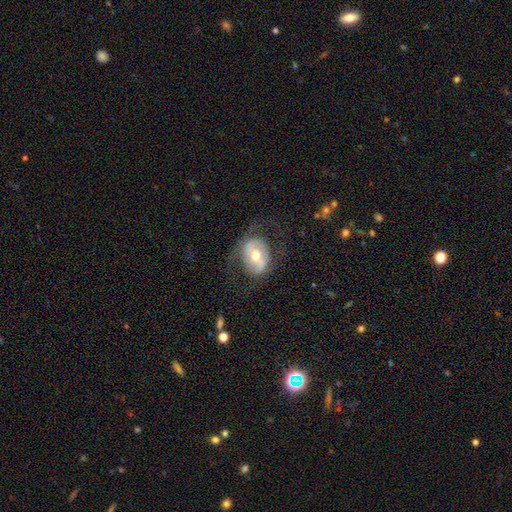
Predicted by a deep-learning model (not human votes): The model was most divided on "bar": weak: 35%, no: 33%, strong: 32%. More confident: edge-on disk — no (94%); bulge size — moderate (71%); merging — none (62%); smooth or featured — featured or disk (61%); spiral arms — yes (51%).